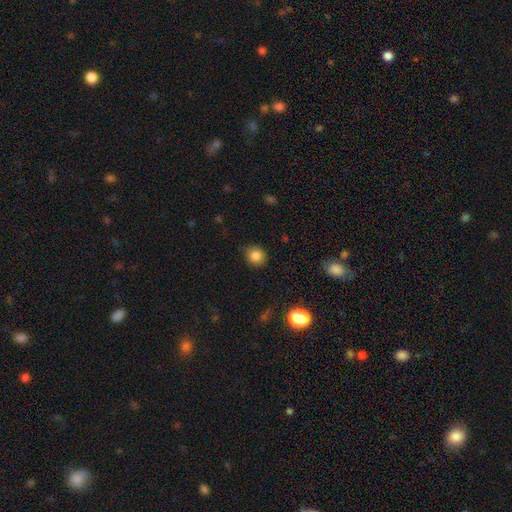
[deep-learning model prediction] This appears to be a smooth galaxy with no disk features (83%) that is round (83%). Merging: none (85%).